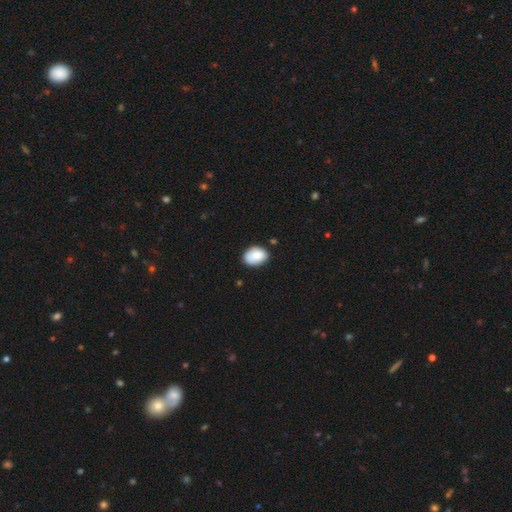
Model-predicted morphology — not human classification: smooth_or_featured: smooth (p=0.87) [alt: star or artifact p=0.07]
how_rounded: in between (p=0.77) [alt: round p=0.22]
merging: none (p=0.75) [alt: minor disturbance p=0.20]